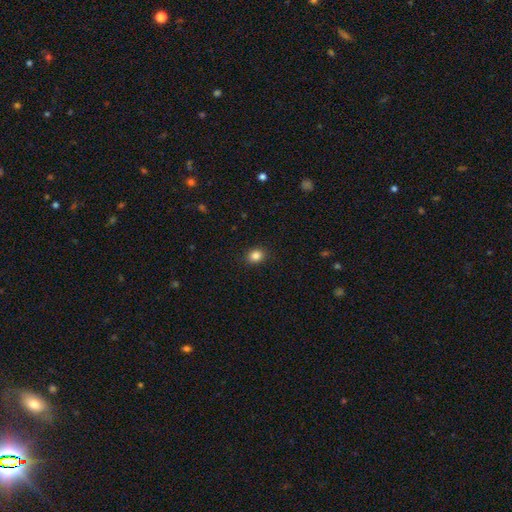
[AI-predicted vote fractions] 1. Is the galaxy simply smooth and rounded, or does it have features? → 85% smooth, 10% star or artifact, 4% featured or disk.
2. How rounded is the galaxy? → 57% round, 42% in between, 1% cigar-shaped.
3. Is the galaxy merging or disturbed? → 90% none, 7% minor disturbance, 2% major disturbance, 1% merger.